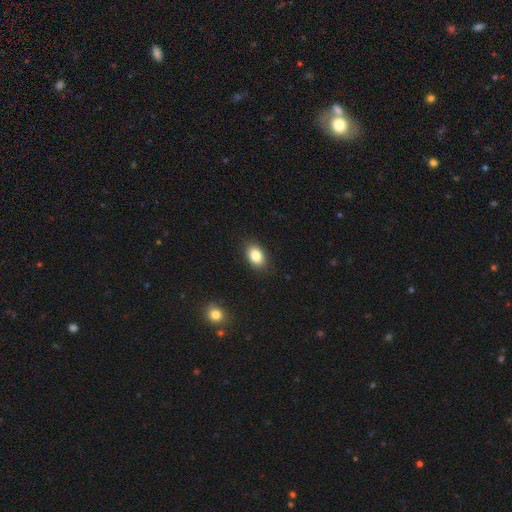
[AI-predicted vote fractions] A smooth galaxy with no disk features (84%) that is in between round and cigar-shaped (84%).

Vote fractions:
- Smooth or featured? smooth: 84% / star or artifact: 8% / featured or disk: 7%
- How rounded? in between: 84% / round: 14% / cigar-shaped: 1%
- Merging? none: 88% / minor disturbance: 8% / major disturbance: 2% / merger: 1%